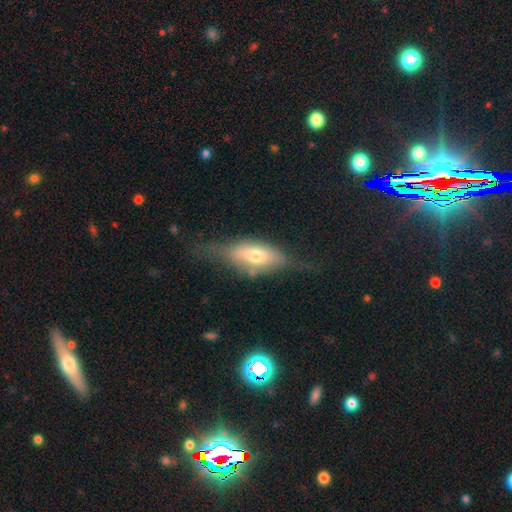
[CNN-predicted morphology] This appears to be a smooth galaxy with no disk features (47%). Merging: none (51%).